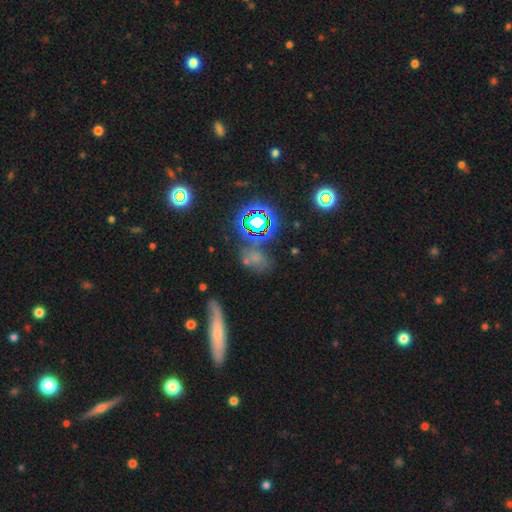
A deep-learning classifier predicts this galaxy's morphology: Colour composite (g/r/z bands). It shows a star or artifact, not a galaxy (44%).